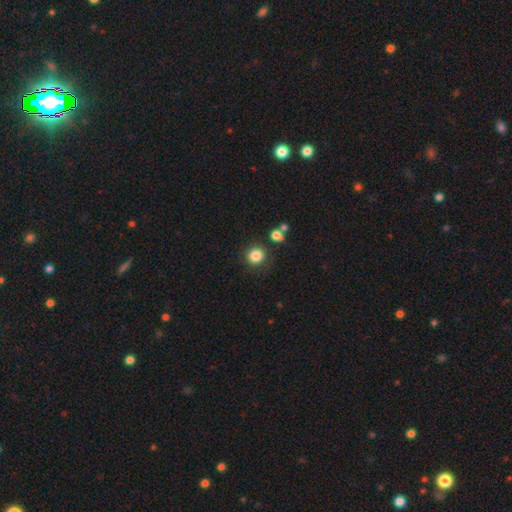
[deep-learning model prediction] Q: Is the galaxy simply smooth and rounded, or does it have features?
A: smooth — 84%.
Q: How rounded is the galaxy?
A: round — 90%.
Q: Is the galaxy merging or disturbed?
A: none — 81%.